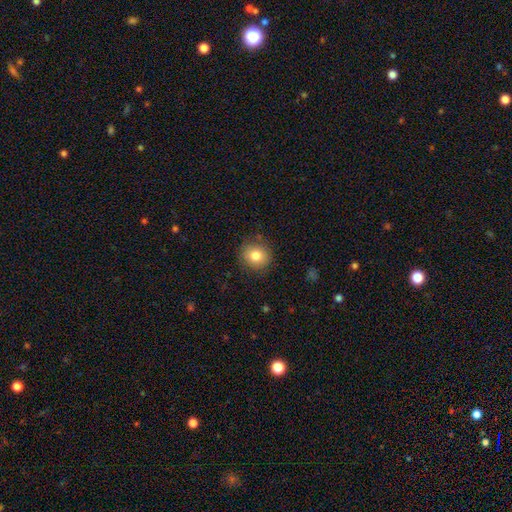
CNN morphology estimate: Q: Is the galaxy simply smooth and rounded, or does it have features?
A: smooth — 81%.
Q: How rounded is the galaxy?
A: round — 84%.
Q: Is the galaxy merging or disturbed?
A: none — 86%.